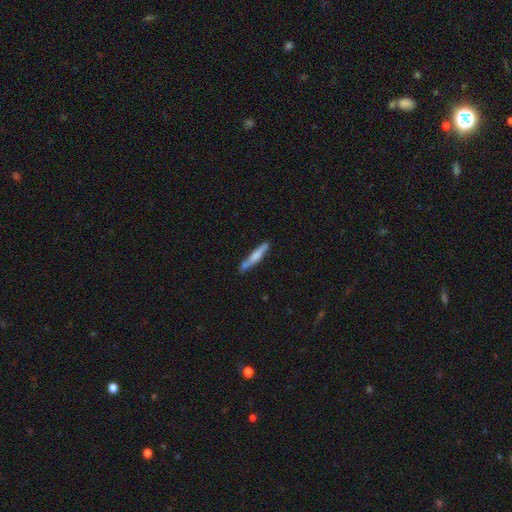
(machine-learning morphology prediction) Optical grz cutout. It shows a smooth galaxy with no disk features (62%) that is cigar-shaped (93%). Merging: none (73%).